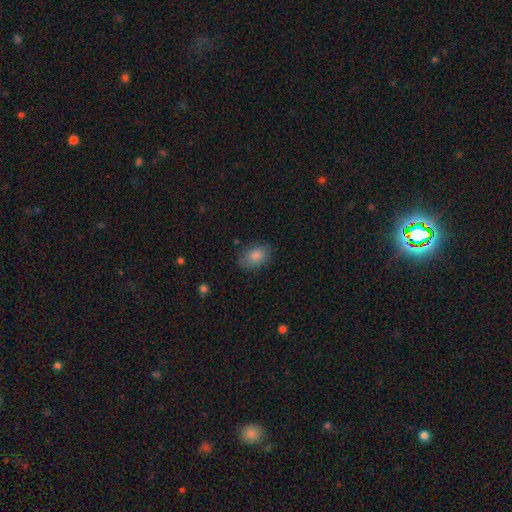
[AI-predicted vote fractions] Smooth or featured?
  - smooth: 85% *
  - star or artifact: 8%
  - featured or disk: 7%
How rounded?
  - in between: 80% *
  - round: 18%
  - cigar-shaped: 1%
Merging?
  - none: 80% *
  - minor disturbance: 15%
  - major disturbance: 4%
  - merger: 1%